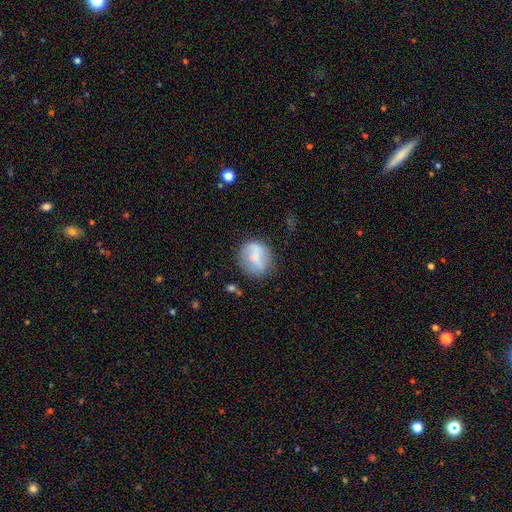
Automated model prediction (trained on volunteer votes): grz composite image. It shows a smooth galaxy with no disk features (53%) that is round (69%). Merging: none (66%).